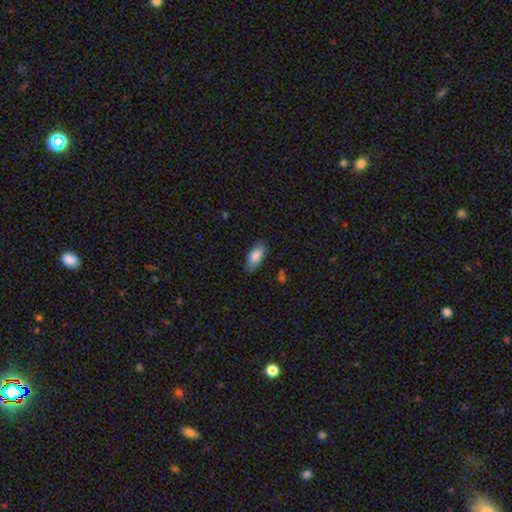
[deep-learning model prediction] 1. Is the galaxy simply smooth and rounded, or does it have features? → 85% smooth, 8% featured or disk, 6% star or artifact.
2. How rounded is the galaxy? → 89% in between, 8% cigar-shaped, 2% round.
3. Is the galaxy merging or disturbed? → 83% none, 13% minor disturbance, 3% major disturbance, 1% merger.